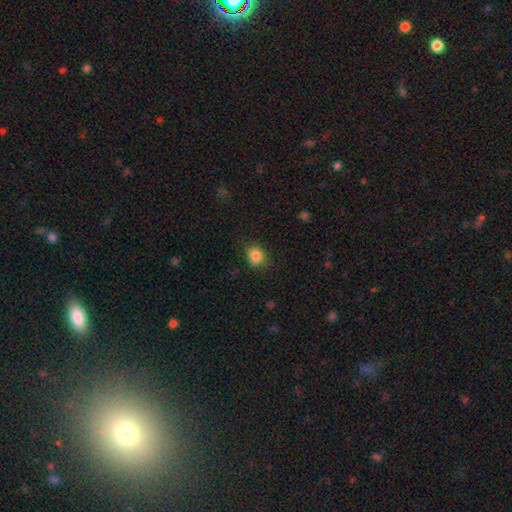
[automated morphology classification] Q: Smooth or featured?
A: smooth (86%); runner-up: star or artifact (10%)
Q: How rounded?
A: round (68%); runner-up: in between (31%)
Q: Merging?
A: none (79%); runner-up: minor disturbance (16%)